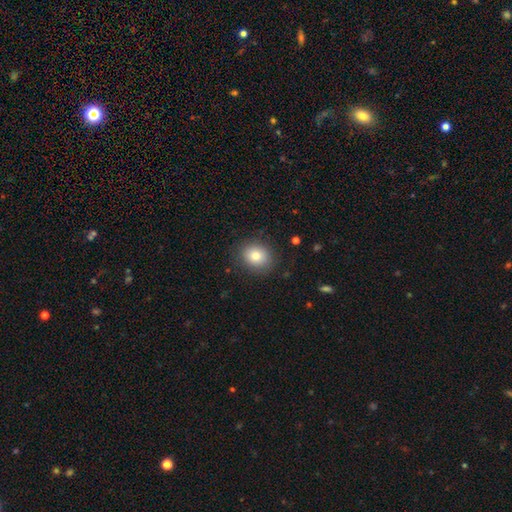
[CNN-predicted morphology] A smooth galaxy with no disk features (80%) that is round (70%).

Vote fractions:
- Smooth or featured? smooth: 80% / star or artifact: 10% / featured or disk: 9%
- How rounded? round: 70% / in between: 29% / cigar-shaped: 1%
- Merging? none: 87% / minor disturbance: 9% / major disturbance: 3% / merger: 1%